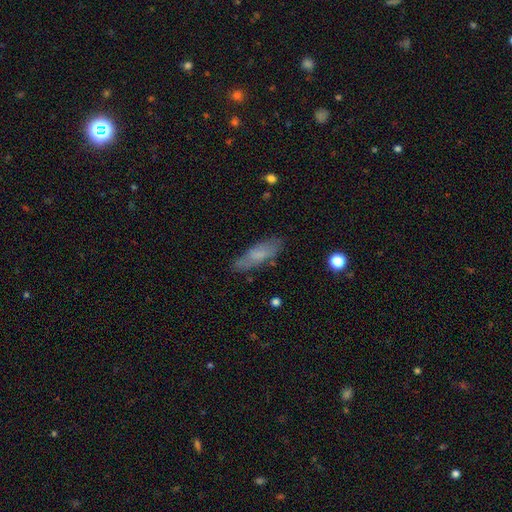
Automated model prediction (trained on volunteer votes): This is likely a smooth galaxy (66%). How rounded: possibly in between (50%). Merging: likely none (75%).